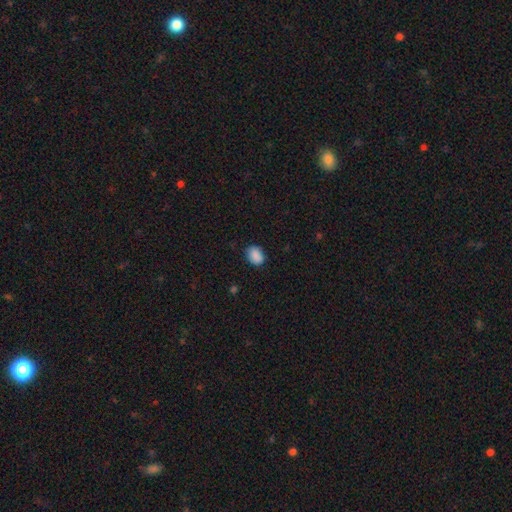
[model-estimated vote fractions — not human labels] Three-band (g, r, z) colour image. It shows a smooth galaxy with no disk features (89%) that is in between round and cigar-shaped (71%). Merging: none (81%).